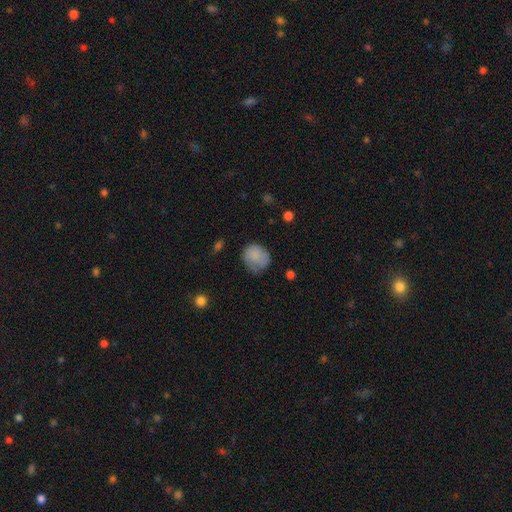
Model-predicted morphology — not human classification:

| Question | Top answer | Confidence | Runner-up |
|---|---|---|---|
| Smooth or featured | smooth | 81% | featured or disk (11%) |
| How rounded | round | 77% | in between (22%) |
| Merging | none | 59% | minor disturbance (30%) |